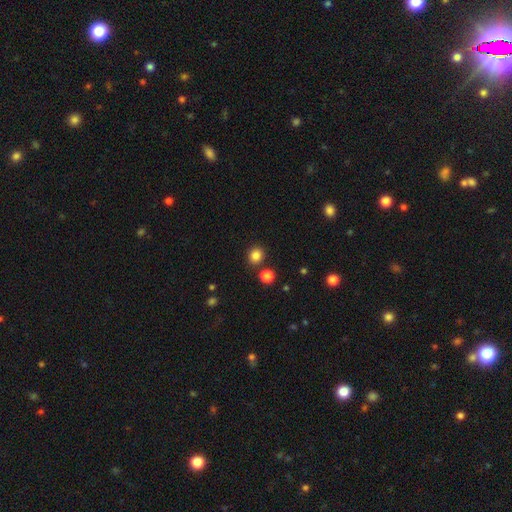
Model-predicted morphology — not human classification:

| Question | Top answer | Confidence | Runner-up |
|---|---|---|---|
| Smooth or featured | smooth | 84% | star or artifact (12%) |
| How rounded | round | 84% | in between (15%) |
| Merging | none | 84% | minor disturbance (7%) |